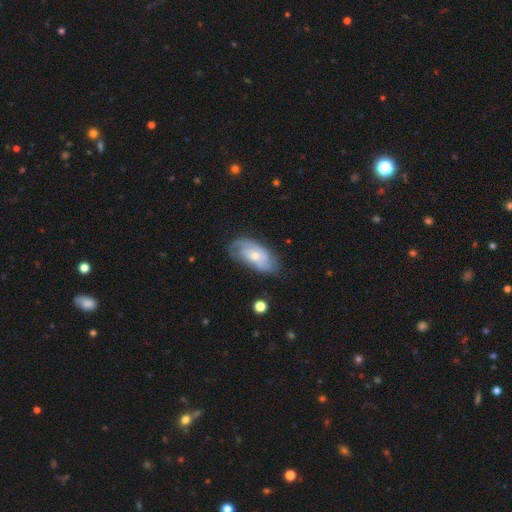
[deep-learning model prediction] smooth_or_featured: featured or disk (p=0.66) [alt: smooth p=0.29]
disk_edge_on: no (p=0.92) [alt: yes p=0.08]
bar: no (p=0.70) [alt: weak p=0.26]
has_spiral_arms: yes (p=0.87) [alt: no p=0.13]
spiral_winding: tight (p=0.50) [alt: medium p=0.36]
spiral_arm_count: can't tell (p=0.39) [alt: 2 p=0.37]
bulge_size: small (p=0.51) [alt: moderate p=0.45]
merging: none (p=0.68) [alt: minor disturbance p=0.23]